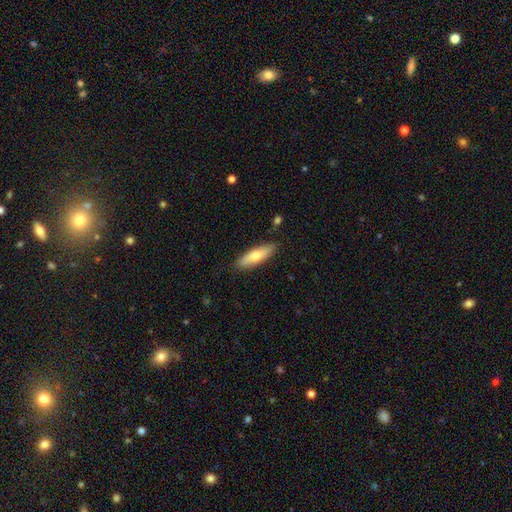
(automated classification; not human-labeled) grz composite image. It shows a smooth galaxy with no disk features (67%) that is cigar-shaped (53%). Merging: none (85%).